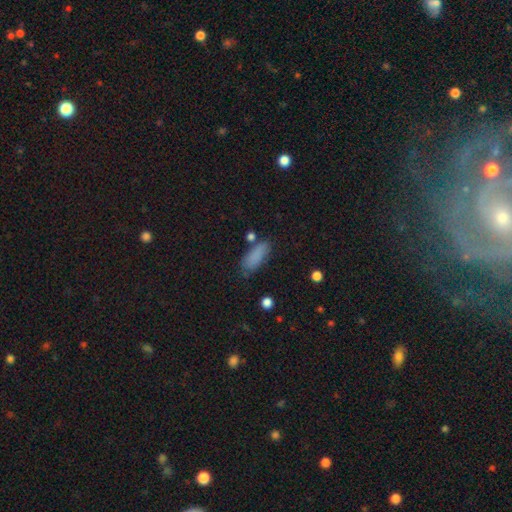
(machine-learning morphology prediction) smooth_or_featured: smooth (p=0.84) [alt: star or artifact p=0.09]
how_rounded: in between (p=0.72) [alt: cigar-shaped p=0.25]
merging: none (p=0.69) [alt: minor disturbance p=0.20]